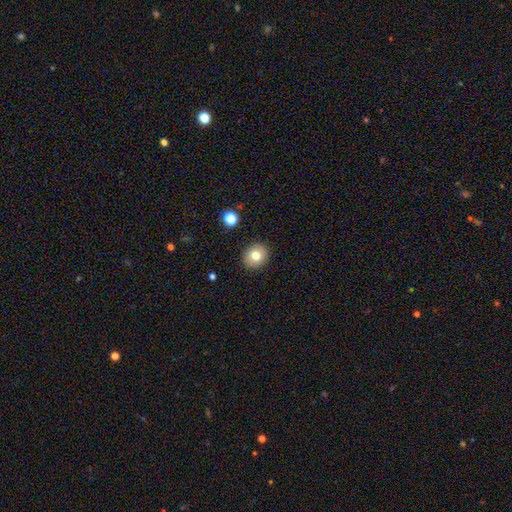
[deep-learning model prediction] smooth_or_featured: smooth (p=0.77) [alt: featured or disk p=0.12]
how_rounded: round (p=0.79) [alt: in between p=0.20]
merging: none (p=0.90) [alt: minor disturbance p=0.06]